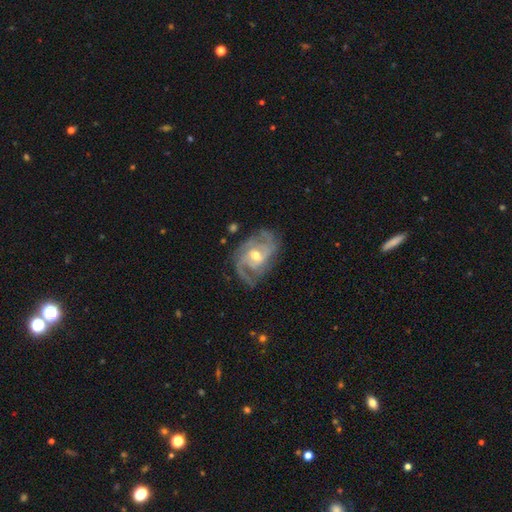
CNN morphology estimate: Smooth or featured? Predicted: featured or disk (p=0.89). Edge-on disk? Predicted: no (p=0.97). Bar? Predicted: no (p=0.46). Spiral arms? Predicted: yes (p=0.96). Spiral winding? Predicted: tight (p=0.43, tied with medium). Spiral arm count? Predicted: 3 (p=0.32). Bulge size? Predicted: moderate (p=0.66). Merging? Predicted: none (p=0.68).